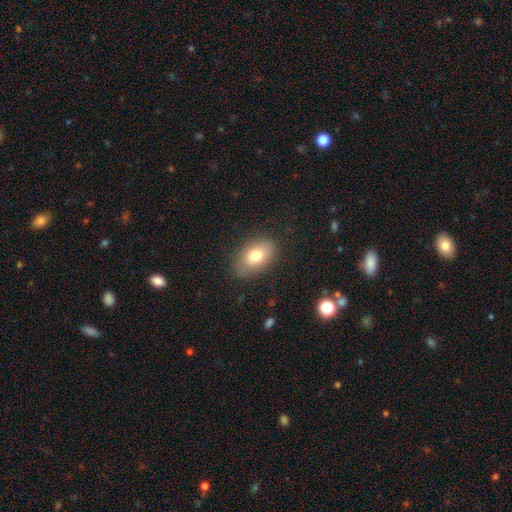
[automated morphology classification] Smooth or featured?
  - smooth: 77% *
  - featured or disk: 14%
  - star or artifact: 9%
How rounded?
  - in between: 87% *
  - round: 12%
  - cigar-shaped: 1%
Merging?
  - none: 82% *
  - minor disturbance: 13%
  - major disturbance: 4%
  - merger: 1%